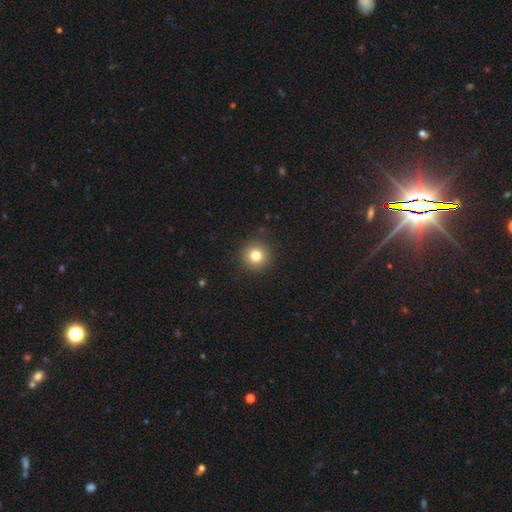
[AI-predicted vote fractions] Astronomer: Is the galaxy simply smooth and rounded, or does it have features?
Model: smooth — 80%.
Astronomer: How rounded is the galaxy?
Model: round — 95%.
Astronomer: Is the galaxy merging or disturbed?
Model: none — 91%.